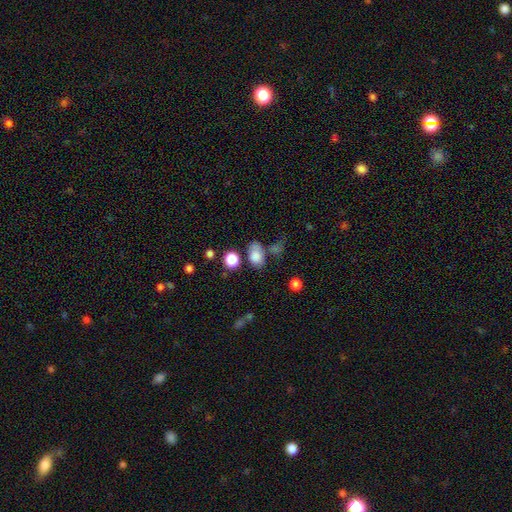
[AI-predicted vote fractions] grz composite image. It shows a smooth galaxy with no disk features (81%) that is in between round and cigar-shaped (80%). Merging: none (54%).